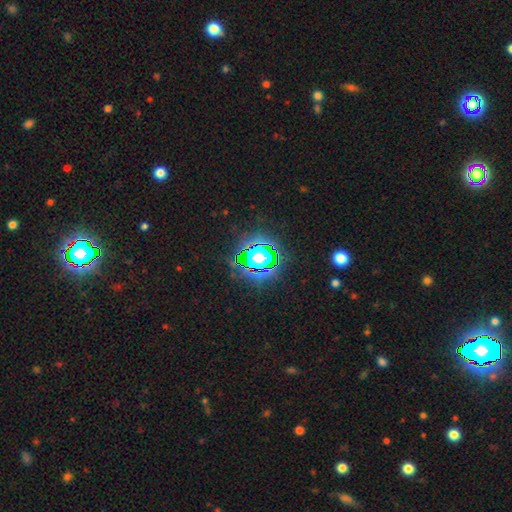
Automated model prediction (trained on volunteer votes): A star or artifact, not a galaxy (79%).